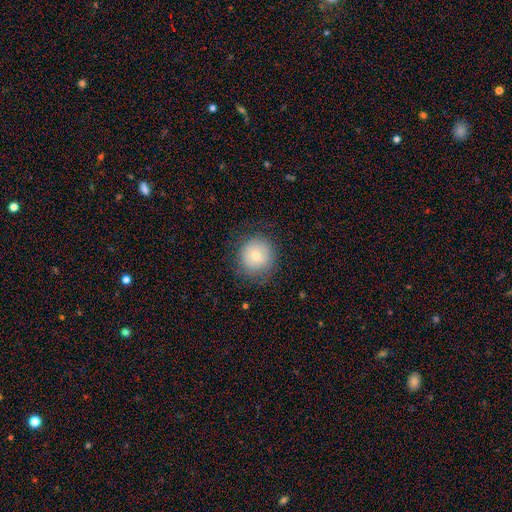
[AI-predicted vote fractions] Morphology: type=smooth (73%); roundness=round (91%); merging=none (77%).